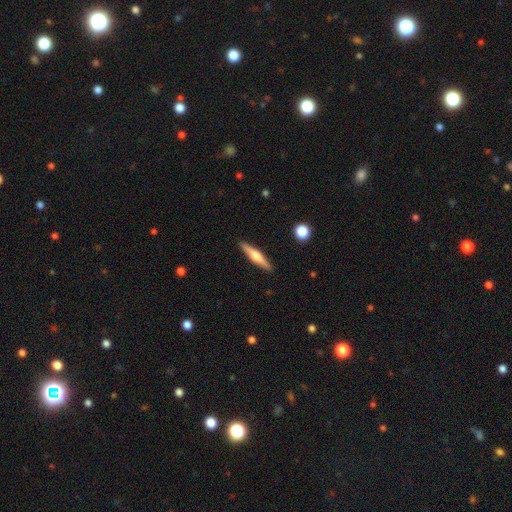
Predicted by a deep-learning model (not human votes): Smooth or featured: featured or disk — 57% (smooth — 37%)
Edge-on disk: yes — 96% (no — 4%)
Edge-on bulge: rounded — 88% (boxy — 7%)
Merging: none — 91% (minor disturbance — 7%)